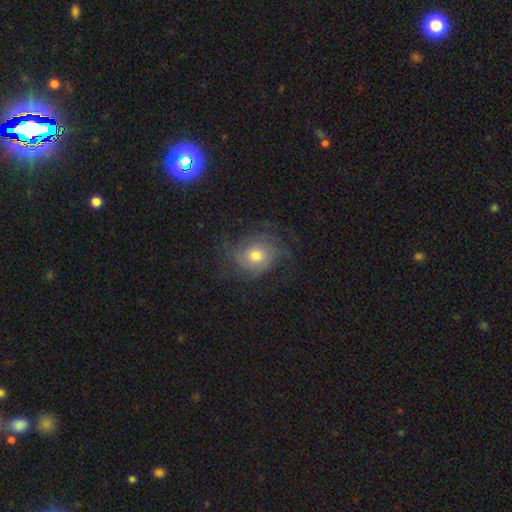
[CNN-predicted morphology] Smooth or featured? Predicted: featured or disk (p=0.50). Merging? Predicted: none (p=0.62).